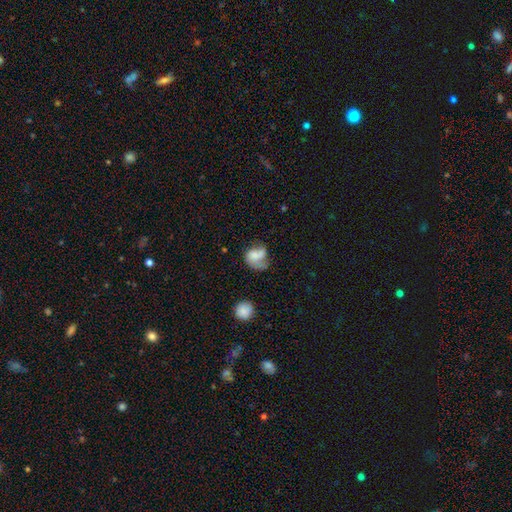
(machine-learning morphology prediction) A smooth galaxy with no disk features (58%) that is in between round and cigar-shaped (53%).

Vote fractions:
- Smooth or featured? smooth: 58% / featured or disk: 33% / star or artifact: 9%
- How rounded? in between: 53% / round: 46% / cigar-shaped: 1%
- Merging? major disturbance: 38% / none: 27% / minor disturbance: 26% / merger: 9%